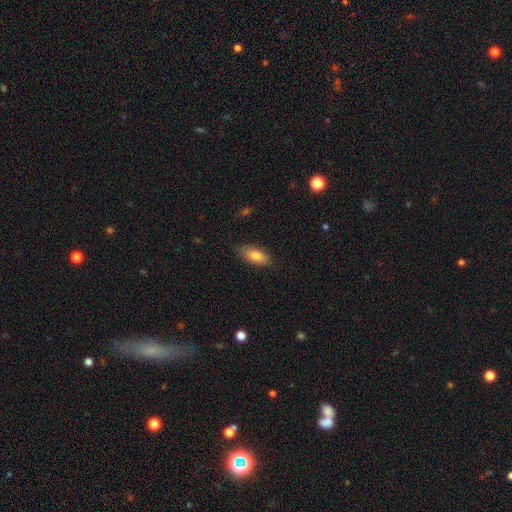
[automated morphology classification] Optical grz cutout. It shows a smooth galaxy with no disk features (81%) that is in between round and cigar-shaped (83%). Merging: none (84%).